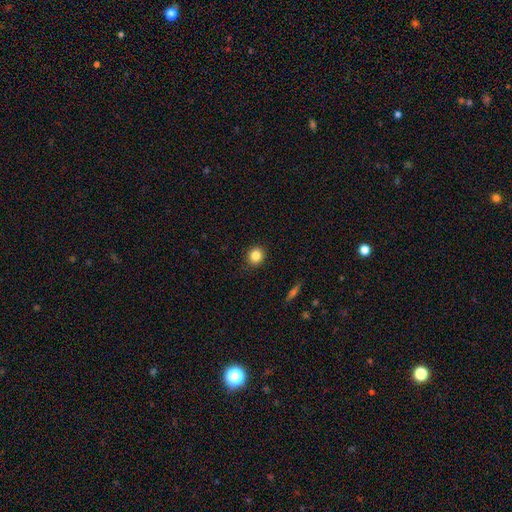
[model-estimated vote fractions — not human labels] Overall: smooth (84%). How rounded: round (88%). Merging: none (90%).